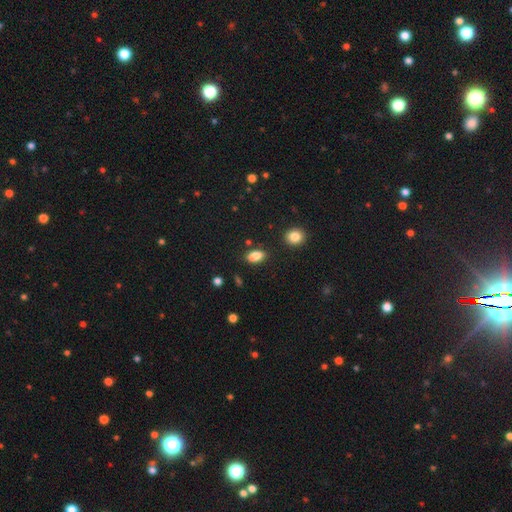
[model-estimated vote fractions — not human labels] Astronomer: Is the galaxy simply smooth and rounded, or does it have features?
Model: smooth — 86%.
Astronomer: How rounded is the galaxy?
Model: in between — 89%.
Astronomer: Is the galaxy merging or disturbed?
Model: none — 85%.